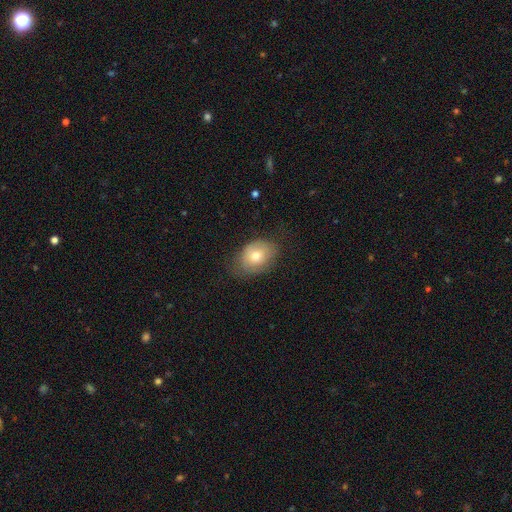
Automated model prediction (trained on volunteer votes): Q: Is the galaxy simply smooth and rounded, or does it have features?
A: smooth — 68%.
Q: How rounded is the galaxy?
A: in between — 69%.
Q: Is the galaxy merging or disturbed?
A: none — 65%.